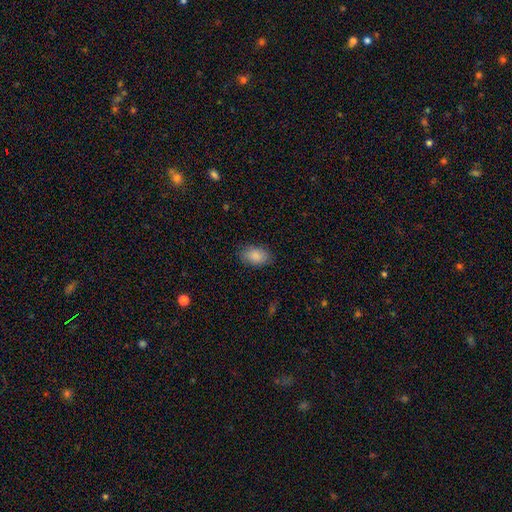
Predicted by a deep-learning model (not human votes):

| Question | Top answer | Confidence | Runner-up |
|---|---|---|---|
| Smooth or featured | smooth | 88% | star or artifact (7%) |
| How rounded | in between | 91% | round (8%) |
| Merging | none | 86% | minor disturbance (10%) |